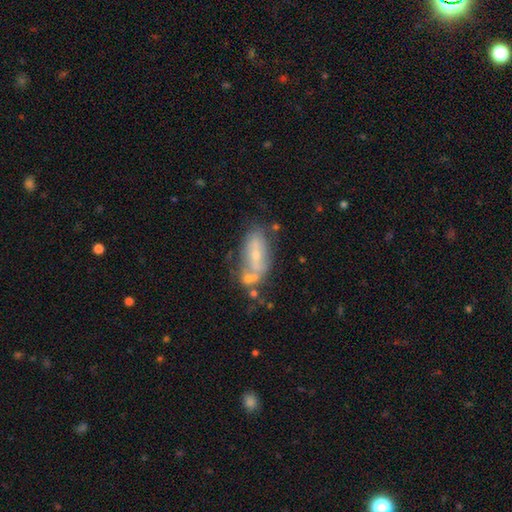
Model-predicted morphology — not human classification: smooth-or-featured: featured or disk: 56% | smooth: 34% | star or artifact: 10%
  disk-edge-on: no: 87% | yes: 13%
  merging: none: 36% | merger: 26% | minor disturbance: 23% | major disturbance: 15%